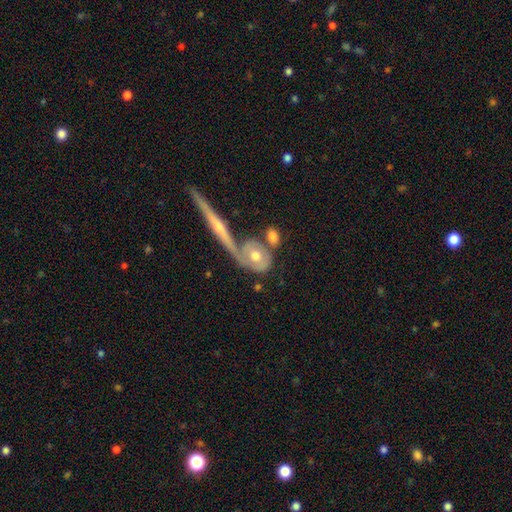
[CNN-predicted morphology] The model was most divided on "smooth or featured": featured or disk: 52%, smooth: 43%, star or artifact: 6%. Remaining: edge-on disk — no (67%); merging — none (42%).